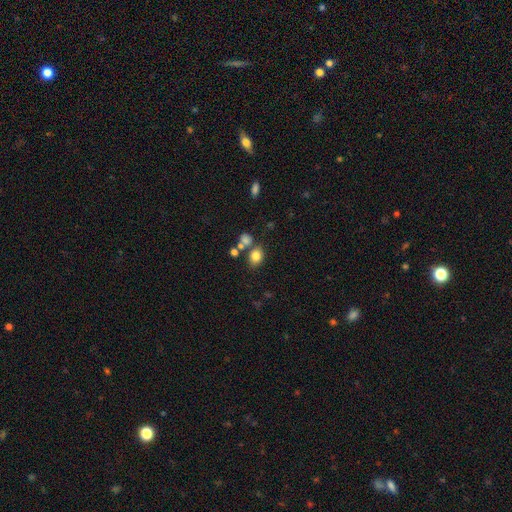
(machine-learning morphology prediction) Smooth or featured? Predicted: smooth (p=0.80). How rounded? Predicted: in between (p=0.57). Merging? Predicted: none (p=0.65).